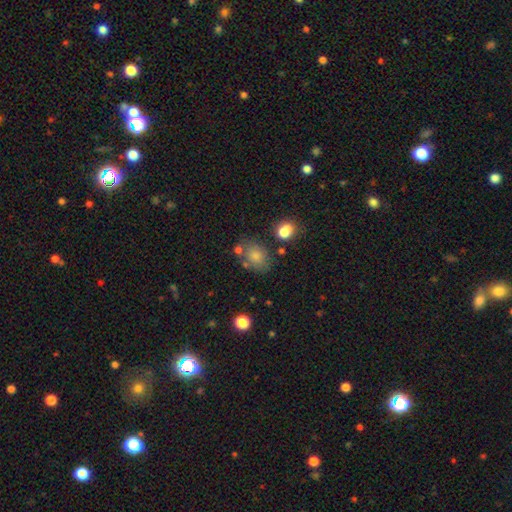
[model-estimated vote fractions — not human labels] This appears to be a smooth galaxy with no disk features (78%) that is in between round and cigar-shaped (68%). Merging: none (65%).